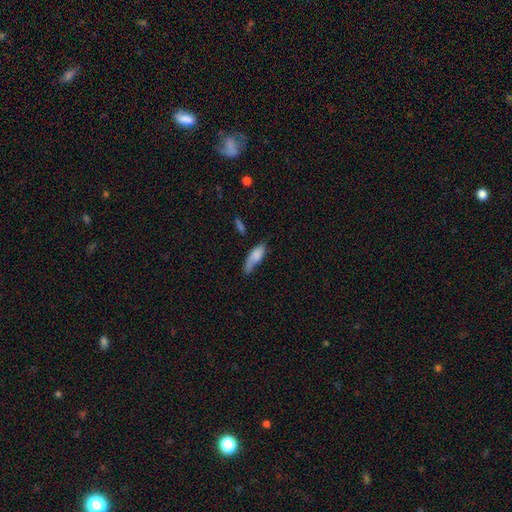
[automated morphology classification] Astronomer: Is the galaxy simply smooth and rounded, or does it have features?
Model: smooth — 75%.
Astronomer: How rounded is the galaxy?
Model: in between — 69%.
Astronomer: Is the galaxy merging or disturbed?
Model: none — 37% (runner-up: minor disturbance, 35%).